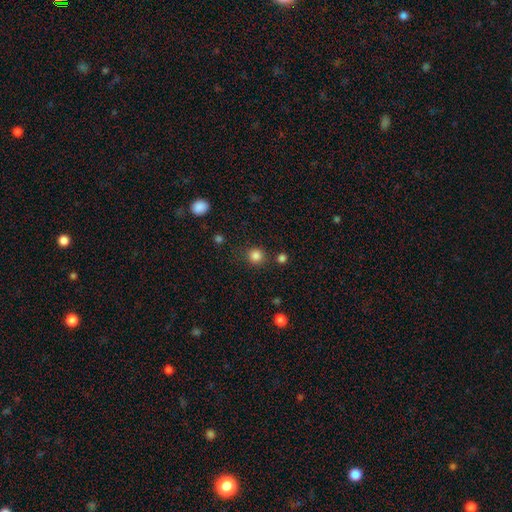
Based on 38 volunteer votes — Volunteers were most divided on "merging": none: 84%, minor disturbance: 8%, merger: 5%, major disturbance: 3%. More confident: smooth or featured — smooth (95%); how rounded — round (94%).